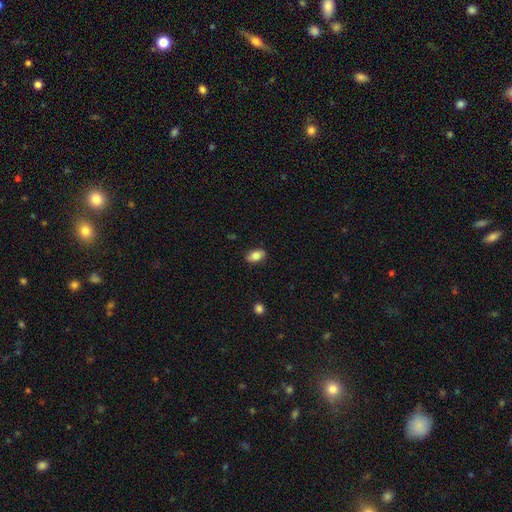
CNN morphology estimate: The model was most divided on "smooth or featured": smooth: 84%, featured or disk: 8%, star or artifact: 8%. More confident: how rounded — in between (91%); merging — none (87%).